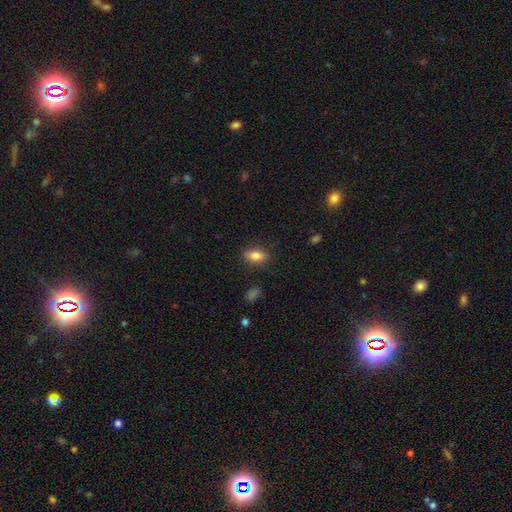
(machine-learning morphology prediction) Smooth or featured?
  - smooth: 81% *
  - featured or disk: 11%
  - star or artifact: 8%
How rounded?
  - in between: 81% *
  - cigar-shaped: 12%
  - round: 7%
Merging?
  - none: 83% *
  - minor disturbance: 13%
  - major disturbance: 3%
  - merger: 1%